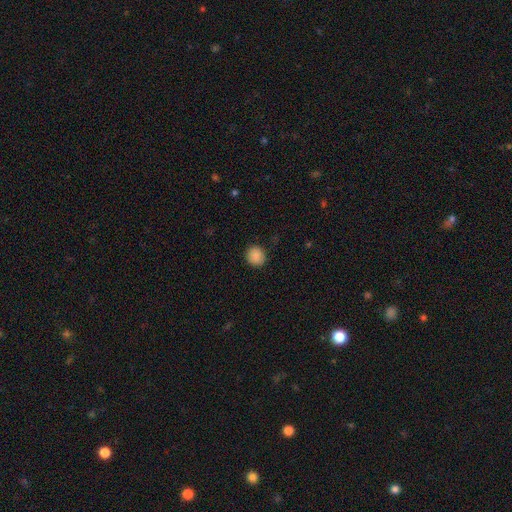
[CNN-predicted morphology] Q: Smooth or featured?
A: smooth (89%); runner-up: star or artifact (8%)
Q: How rounded?
A: round (83%); runner-up: in between (16%)
Q: Merging?
A: none (89%); runner-up: minor disturbance (8%)